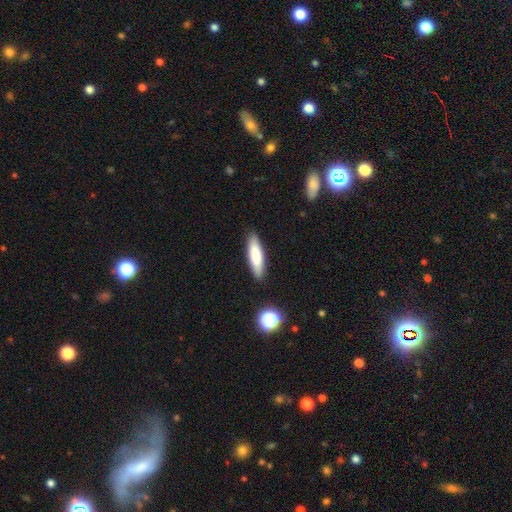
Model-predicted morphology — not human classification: smooth 77%, featured or disk 17%, star or artifact 6%. Down the decision tree: how rounded — cigar-shaped (69%); merging — none (88%).